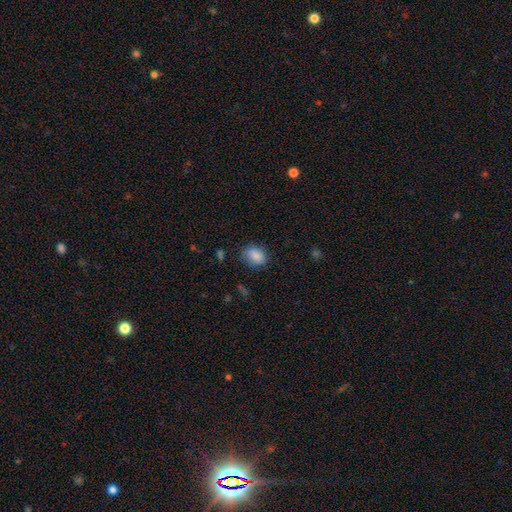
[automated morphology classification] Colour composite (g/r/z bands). It shows a smooth galaxy with no disk features (86%) that is in between round and cigar-shaped (75%). Merging: none (75%).